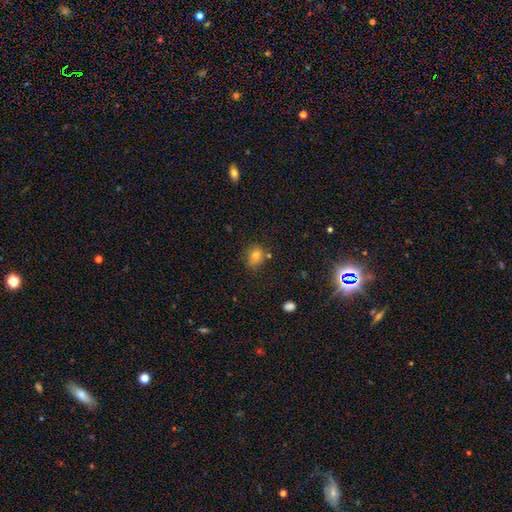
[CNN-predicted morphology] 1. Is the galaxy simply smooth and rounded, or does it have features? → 76% smooth, 14% star or artifact, 10% featured or disk.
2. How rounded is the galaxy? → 65% round, 34% in between, 1% cigar-shaped.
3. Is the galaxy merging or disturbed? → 75% none, 16% minor disturbance, 6% merger, 4% major disturbance.